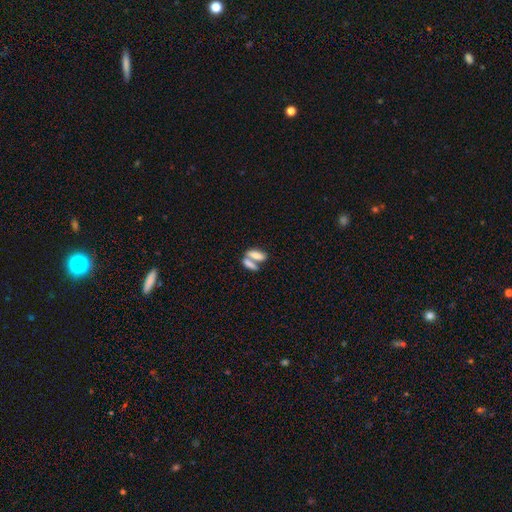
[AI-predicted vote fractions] smooth-or-featured: smooth: 74% | featured or disk: 18% | star or artifact: 9%
  how-rounded: in between: 69% | cigar-shaped: 26% | round: 5%
  merging: merger: 57% | none: 31% | minor disturbance: 7% | major disturbance: 5%